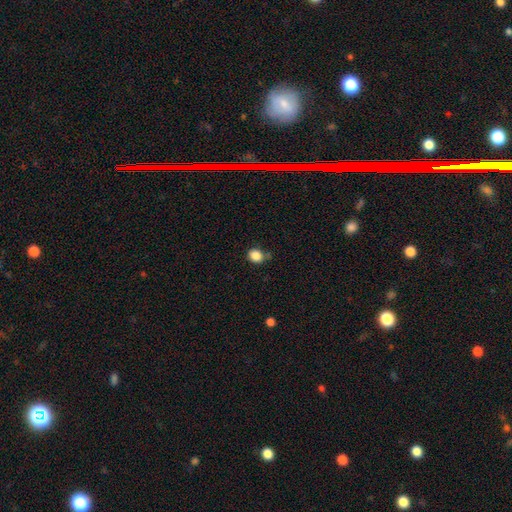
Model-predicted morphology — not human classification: Smooth or featured? Predicted: smooth (p=0.86). How rounded? Predicted: round (p=0.67). Merging? Predicted: none (p=0.72).